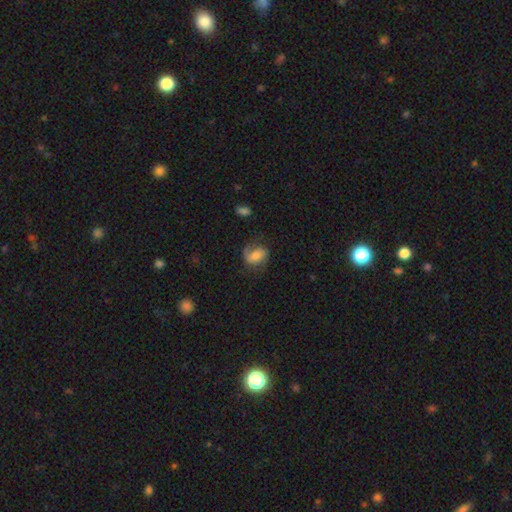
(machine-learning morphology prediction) This appears to be a featured or disk galaxy (53%) with no bar (48%), spiral arms (86%) and a moderate central bulge (50%). Merging: none (55%).